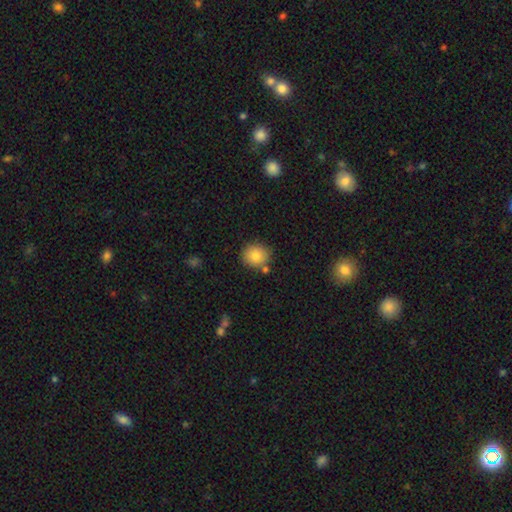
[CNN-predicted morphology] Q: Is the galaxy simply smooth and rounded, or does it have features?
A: smooth — 82%.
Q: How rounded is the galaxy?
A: round — 84%.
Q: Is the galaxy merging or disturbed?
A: none — 77%.